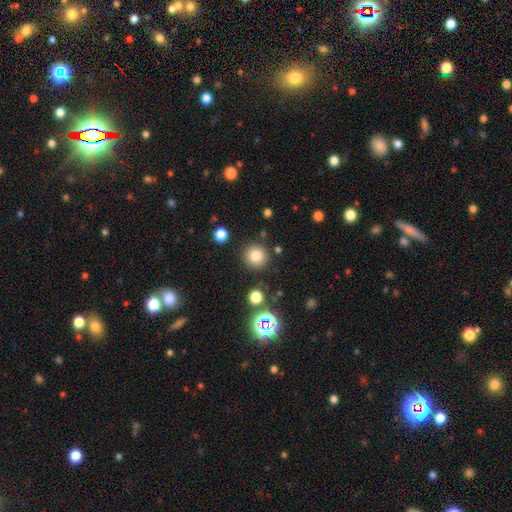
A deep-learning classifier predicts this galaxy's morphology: Overall: smooth (80%). How rounded: round (94%). Merging: none (87%).